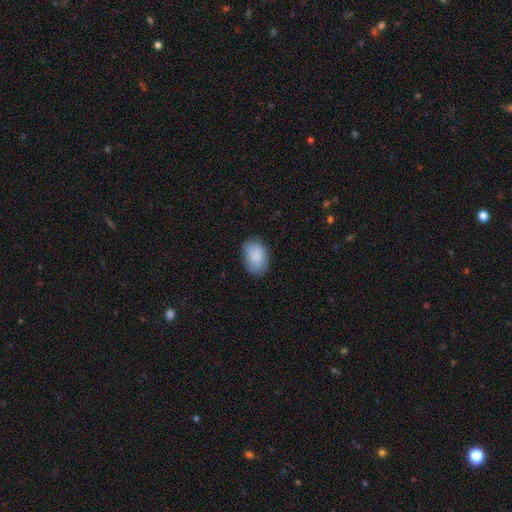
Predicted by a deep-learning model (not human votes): A smooth galaxy with no disk features (87%) that is in between round and cigar-shaped (83%). Merging: none (74%).